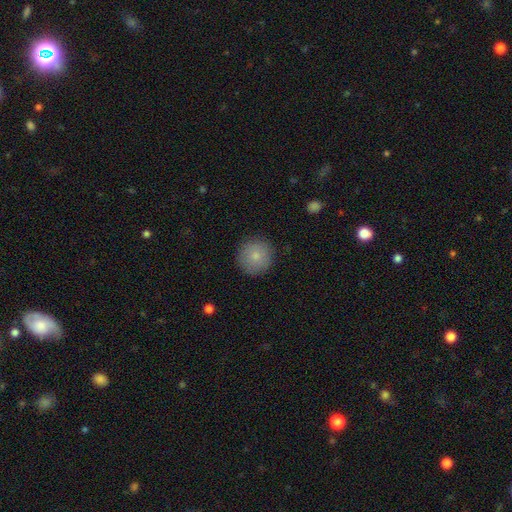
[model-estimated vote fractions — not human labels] This is clearly a smooth galaxy (81%). How rounded: clearly round (95%). Merging: clearly none (89%).